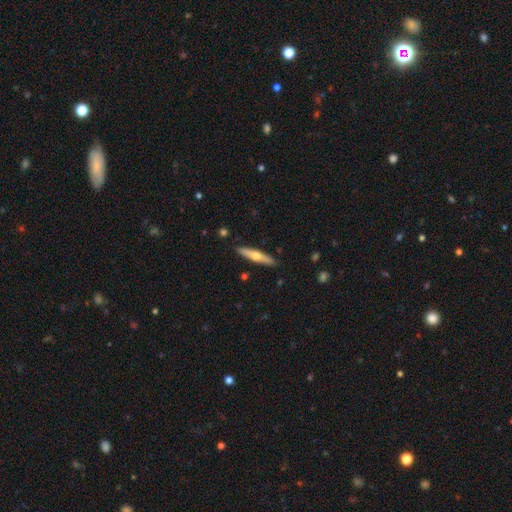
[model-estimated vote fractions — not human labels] Overall: featured or disk (50%; smooth 45%). Merging: none (89%).